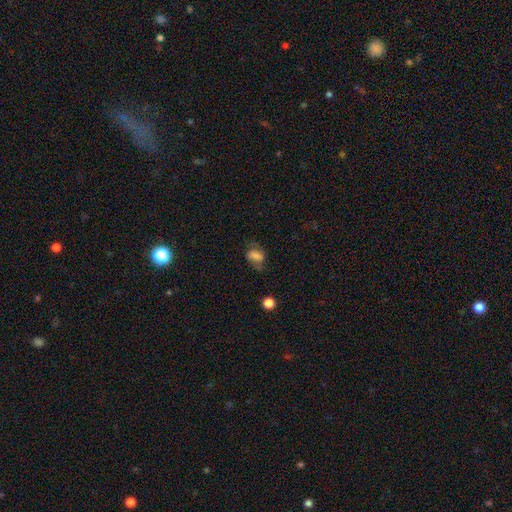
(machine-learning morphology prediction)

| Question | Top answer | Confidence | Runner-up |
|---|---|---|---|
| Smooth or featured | smooth | 58% | featured or disk (30%) |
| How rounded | in between | 75% | round (23%) |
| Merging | none | 51% | minor disturbance (26%) |